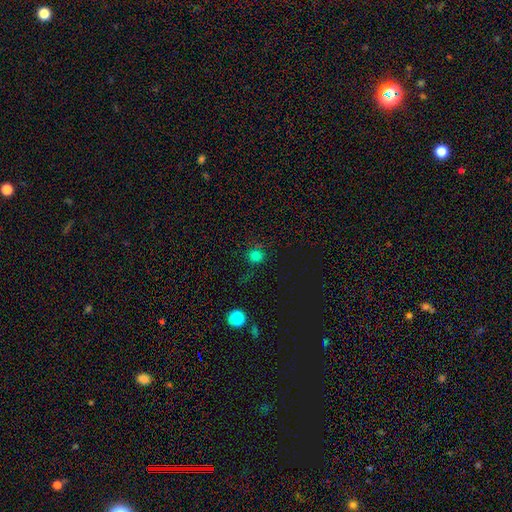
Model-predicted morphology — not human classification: smooth-or-featured: smooth: 72% | star or artifact: 22% | featured or disk: 5%
  how-rounded: round: 92% | in between: 7% | cigar-shaped: 1%
  merging: none: 75% | minor disturbance: 13% | major disturbance: 8% | merger: 5%